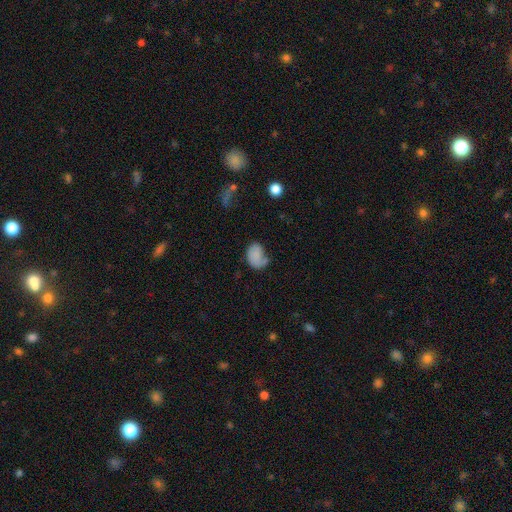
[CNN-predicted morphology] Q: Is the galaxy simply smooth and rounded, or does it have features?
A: smooth — 71%.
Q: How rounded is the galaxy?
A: in between — 76%.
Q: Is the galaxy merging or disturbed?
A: none — 39%.